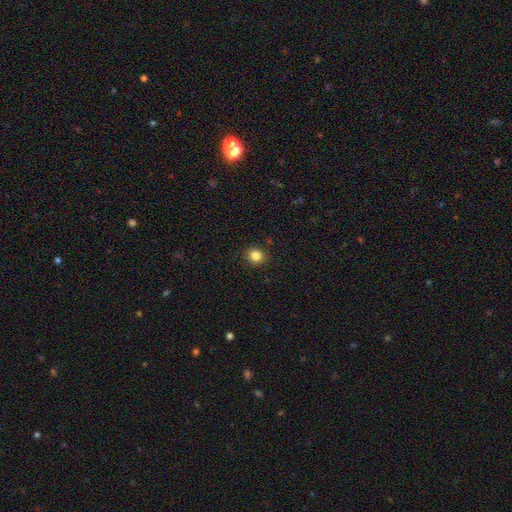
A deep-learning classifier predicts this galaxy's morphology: A smooth galaxy with no disk features (84%) that is round (80%). Merging: none (91%).